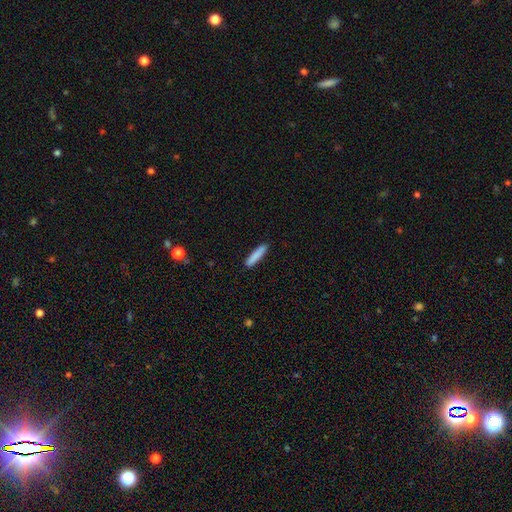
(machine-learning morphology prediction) Overall: smooth (86%). How rounded: cigar-shaped (88%). Merging: none (90%).